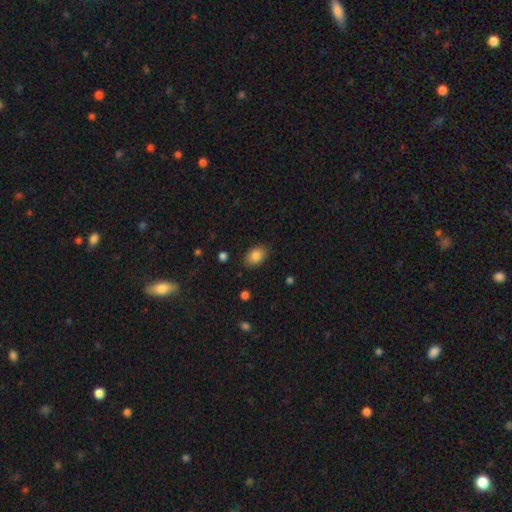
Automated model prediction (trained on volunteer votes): Morphology: type=smooth (84%); roundness=in between (82%); merging=none (84%).